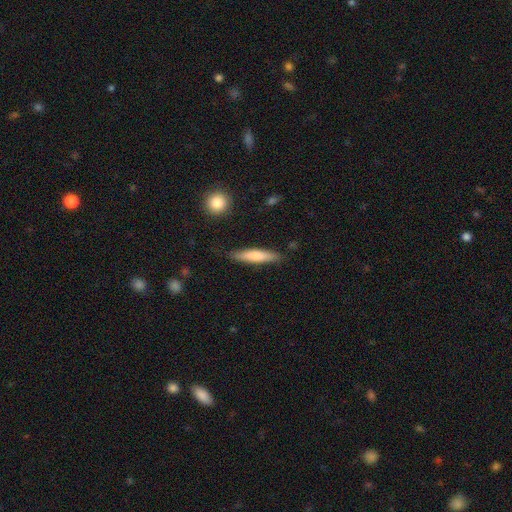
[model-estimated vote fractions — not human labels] smooth_or_featured: smooth (p=0.74) [alt: featured or disk p=0.20]
how_rounded: cigar-shaped (p=0.82) [alt: in between p=0.17]
merging: none (p=0.85) [alt: minor disturbance p=0.11]